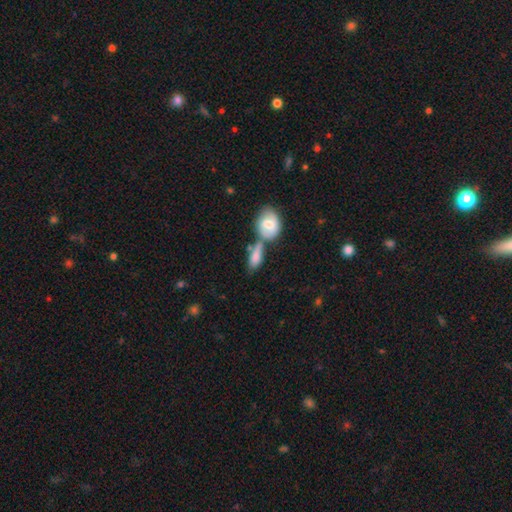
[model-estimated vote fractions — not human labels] A smooth galaxy with no disk features (75%) that is in between round and cigar-shaped (77%). Merging: merger (43%).